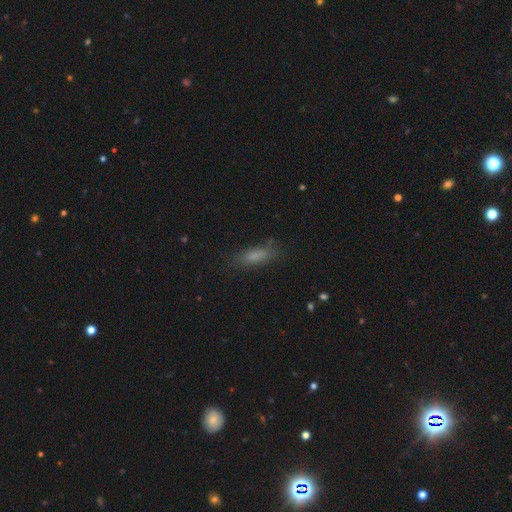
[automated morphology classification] Smooth or featured? Predicted: smooth (p=0.79). How rounded? Predicted: in between (p=0.50). Merging? Predicted: none (p=0.79).